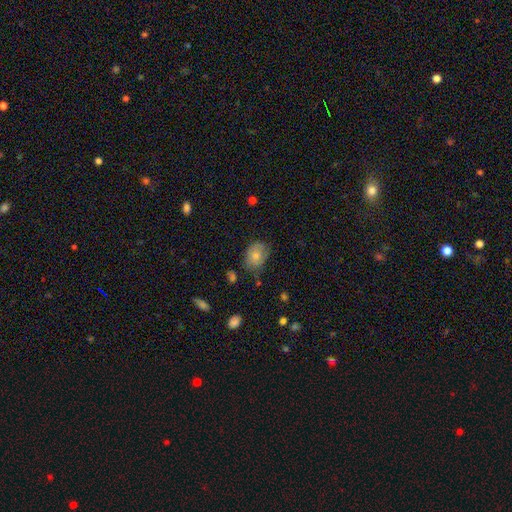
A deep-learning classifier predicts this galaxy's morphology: Smooth or featured?
  - smooth: 68% *
  - featured or disk: 25%
  - star or artifact: 8%
How rounded?
  - in between: 66% *
  - round: 33%
  - cigar-shaped: 1%
Merging?
  - none: 57% *
  - minor disturbance: 30%
  - major disturbance: 10%
  - merger: 3%